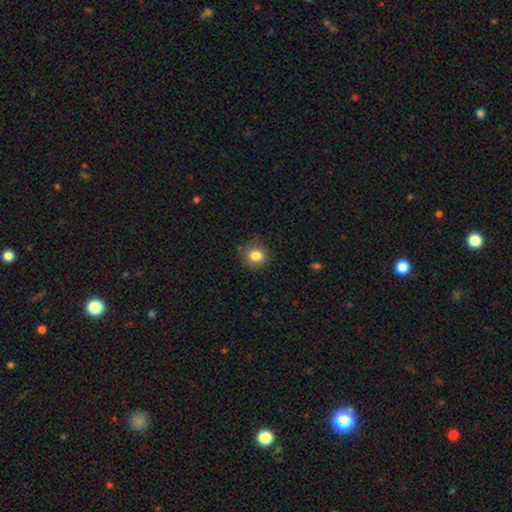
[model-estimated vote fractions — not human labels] The model was most divided on "merging": none: 79%, minor disturbance: 16%, major disturbance: 4%, merger: 1%. More confident: how rounded — round (84%); smooth or featured — smooth (82%).